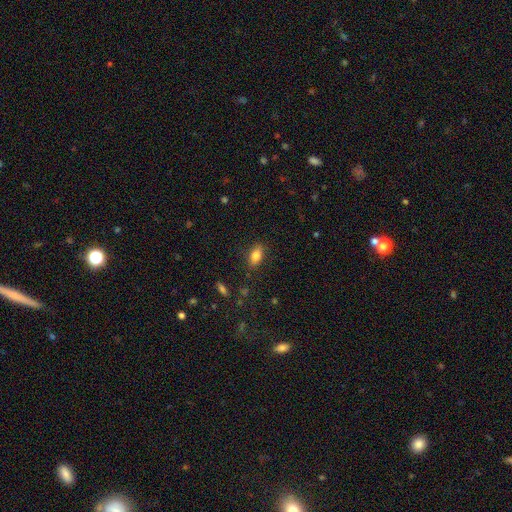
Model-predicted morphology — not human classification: type=smooth (79%); roundness=in between (85%); merging=none (85%).